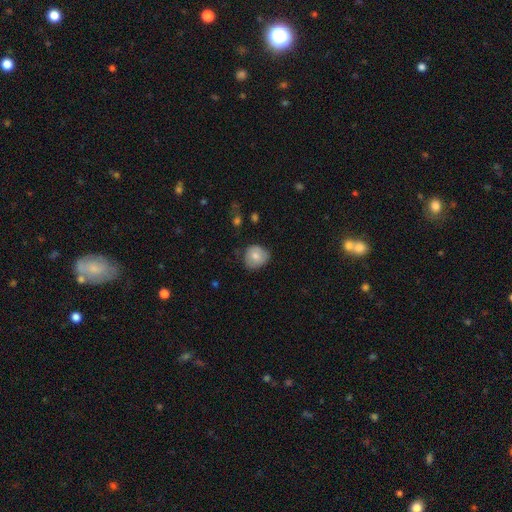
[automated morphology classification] type=smooth (73%); roundness=round (78%); merging=none (63%).